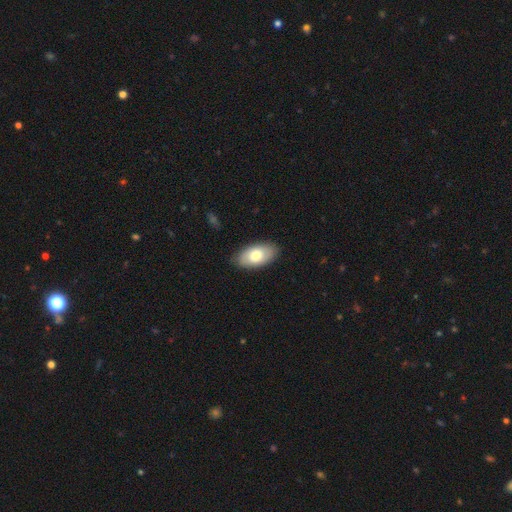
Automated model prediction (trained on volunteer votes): The model was most divided on "smooth or featured": smooth: 76%, featured or disk: 18%, star or artifact: 6%. More confident: how rounded — in between (95%); merging — none (86%).